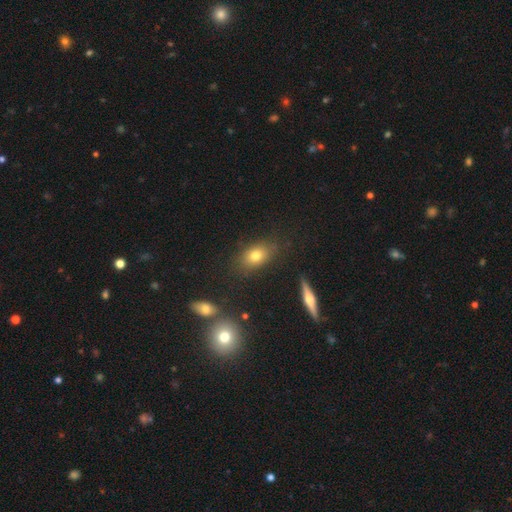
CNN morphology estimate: A smooth galaxy with no disk features (75%) that is in between round and cigar-shaped (78%).

Vote fractions:
- Smooth or featured? smooth: 75% / featured or disk: 15% / star or artifact: 11%
- How rounded? in between: 78% / round: 17% / cigar-shaped: 4%
- Merging? none: 81% / minor disturbance: 12% / major disturbance: 4% / merger: 3%